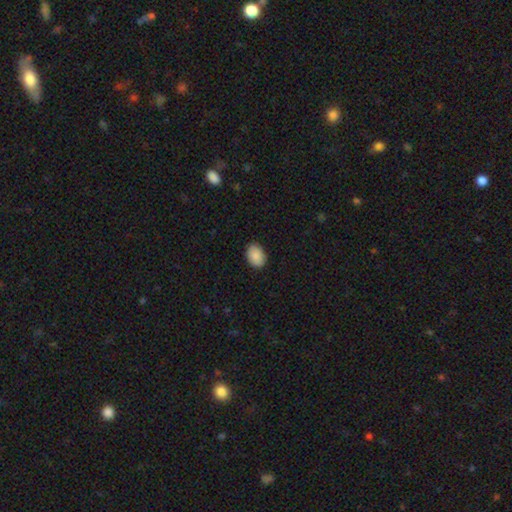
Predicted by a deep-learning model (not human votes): Smooth or featured? Predicted: smooth (p=0.89). How rounded? Predicted: in between (p=0.79). Merging? Predicted: none (p=0.87).